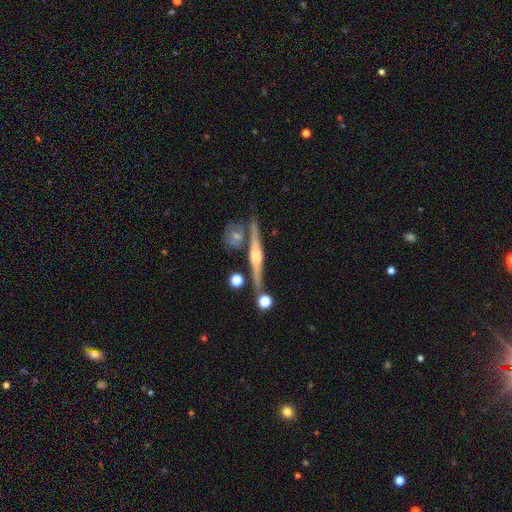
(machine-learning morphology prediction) A featured or disk galaxy (79%) viewed edge-on (97%) with a rounded central bulge (76%).

Vote fractions:
- Smooth or featured? featured or disk: 79% / smooth: 15% / star or artifact: 7%
- Edge-on disk? yes: 97% / no: 3%
- Edge-on bulge? rounded: 76% / boxy: 17% / none: 6%
- Merging? none: 76% / minor disturbance: 11% / merger: 10% / major disturbance: 3%